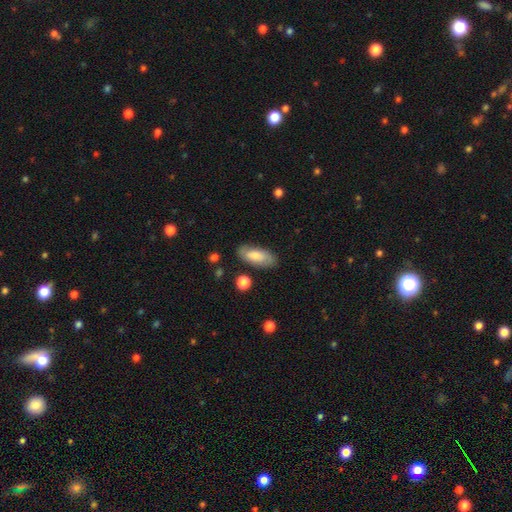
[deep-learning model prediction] Morphology: type=smooth (75%); roundness=in between (83%); merging=none (80%).